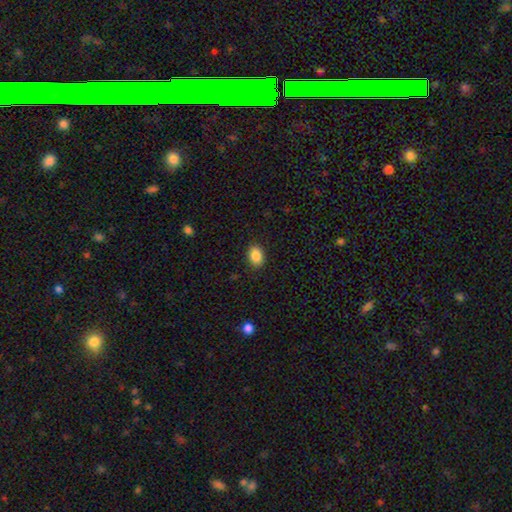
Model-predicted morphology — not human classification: Overall: smooth (88%). How rounded: in between (80%). Merging: none (88%).